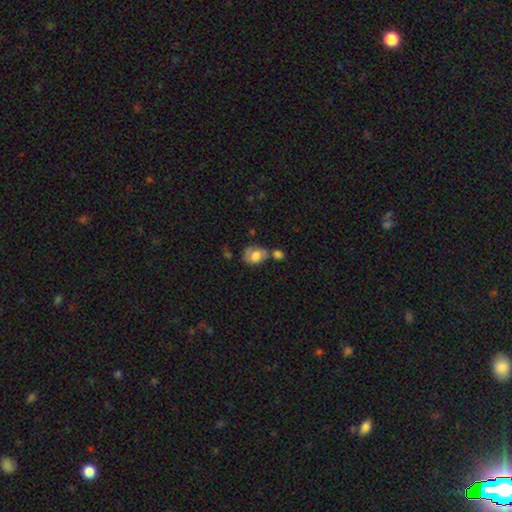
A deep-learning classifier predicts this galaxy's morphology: Smooth or featured: smooth — 69% (featured or disk — 23%)
How rounded: in between — 69% (round — 30%)
Merging: none — 36% (merger — 32%)